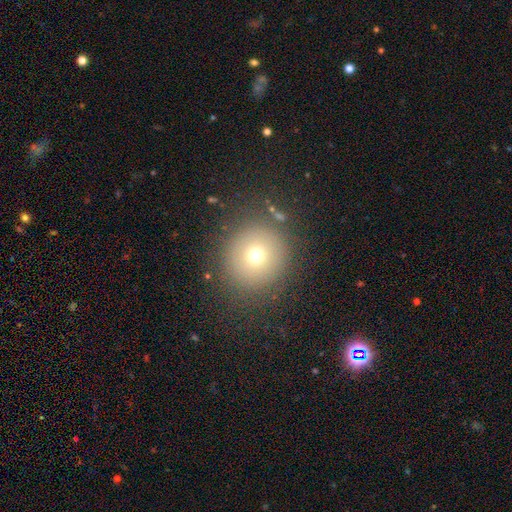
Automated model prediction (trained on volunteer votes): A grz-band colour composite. It shows a smooth galaxy with no disk features (69%) that is round (94%). Merging: none (84%).